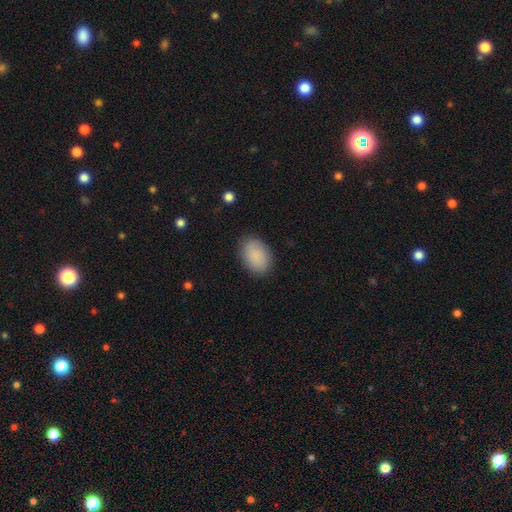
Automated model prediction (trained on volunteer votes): A smooth galaxy with no disk features (89%) that is in between round and cigar-shaped (85%). Merging: none (86%).